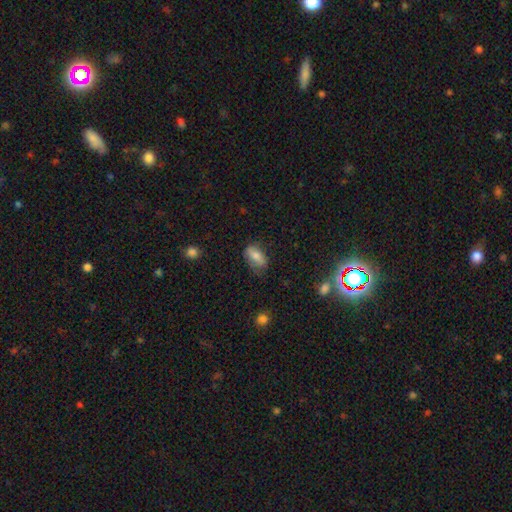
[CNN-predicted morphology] Q: Smooth or featured?
A: smooth (72%); runner-up: featured or disk (20%)
Q: How rounded?
A: in between (88%); runner-up: cigar-shaped (7%)
Q: Merging?
A: none (61%); runner-up: minor disturbance (28%)